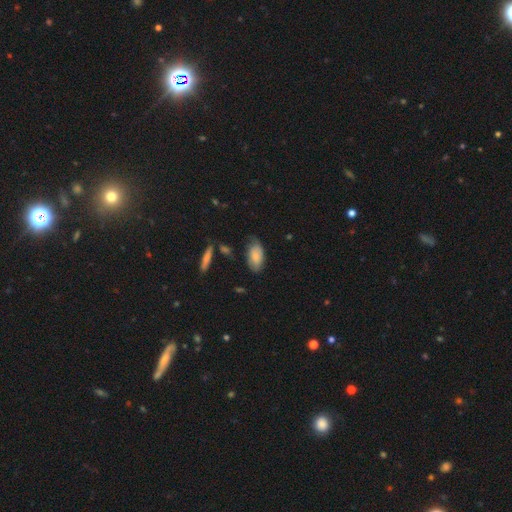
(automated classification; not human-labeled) Smooth or featured?
  - smooth: 72% *
  - featured or disk: 22%
  - star or artifact: 7%
How rounded?
  - in between: 93% *
  - round: 4%
  - cigar-shaped: 3%
Merging?
  - none: 64% *
  - minor disturbance: 27%
  - major disturbance: 7%
  - merger: 3%